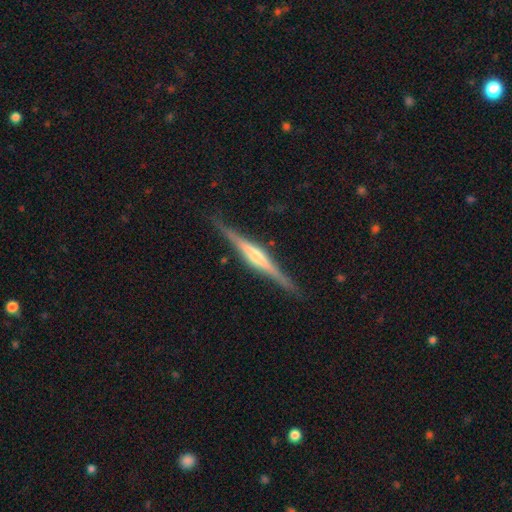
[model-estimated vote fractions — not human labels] Smooth or featured?
  - featured or disk: 82% *
  - smooth: 13%
  - star or artifact: 5%
Edge-on disk?
  - yes: 98% *
  - no: 2%
Edge-on bulge?
  - rounded: 60% *
  - boxy: 26%
  - none: 13%
Merging?
  - none: 89% *
  - minor disturbance: 8%
  - major disturbance: 2%
  - merger: 1%